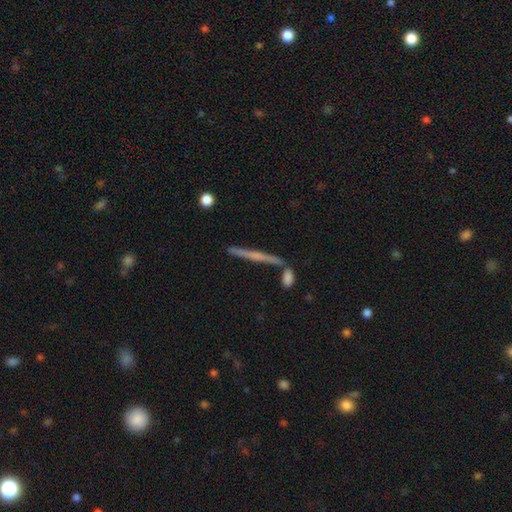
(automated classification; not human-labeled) Smooth or featured?
  - featured or disk: 58% *
  - smooth: 35%
  - star or artifact: 7%
Edge-on disk?
  - yes: 96% *
  - no: 4%
Edge-on bulge?
  - none: 58% *
  - rounded: 32%
  - boxy: 10%
Merging?
  - none: 78% *
  - merger: 10%
  - minor disturbance: 10%
  - major disturbance: 3%